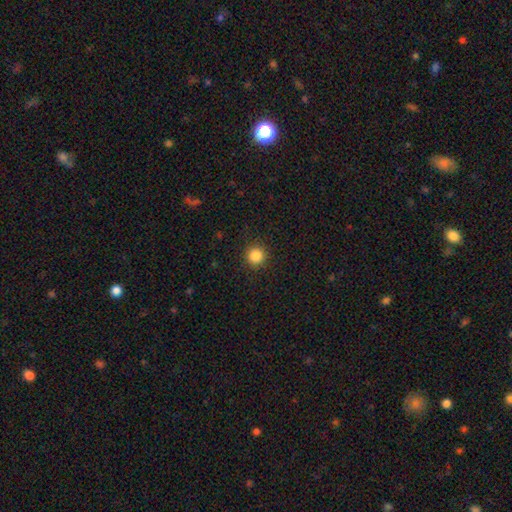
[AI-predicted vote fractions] Q: Smooth or featured?
A: smooth (85%); runner-up: star or artifact (11%)
Q: How rounded?
A: round (95%); runner-up: in between (4%)
Q: Merging?
A: none (92%); runner-up: minor disturbance (5%)